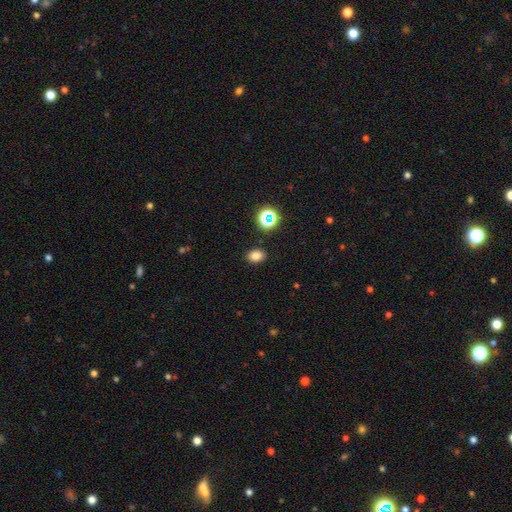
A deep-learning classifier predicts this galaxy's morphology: Overall: smooth (79%). How rounded: in between (67%; round 32%). Merging: none (88%).